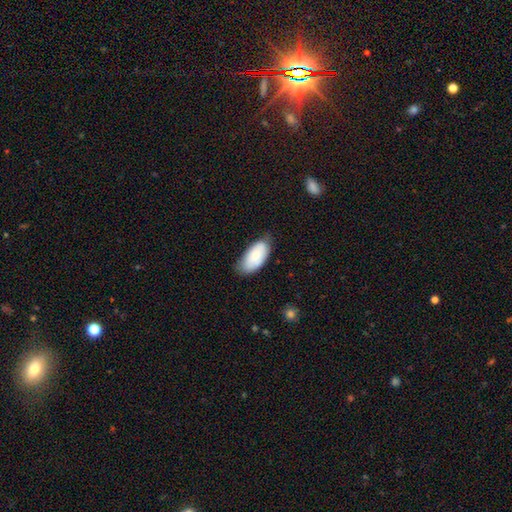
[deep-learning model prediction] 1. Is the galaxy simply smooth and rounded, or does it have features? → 79% smooth, 15% featured or disk, 6% star or artifact.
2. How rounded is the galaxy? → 94% in between, 4% cigar-shaped, 2% round.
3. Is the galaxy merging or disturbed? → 67% none, 27% minor disturbance, 4% major disturbance, 1% merger.